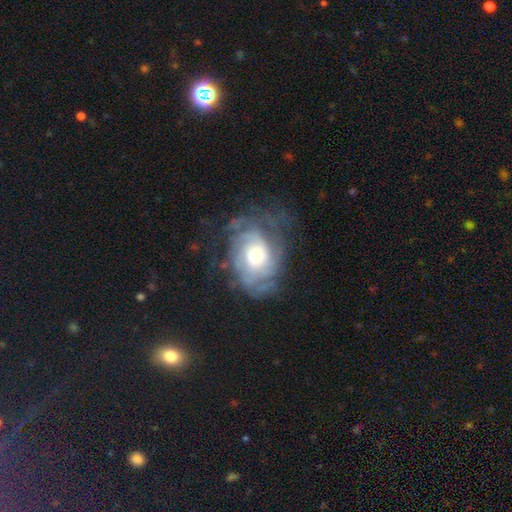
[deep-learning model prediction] Q: Smooth or featured?
A: featured or disk (75%); runner-up: smooth (17%)
Q: Edge-on disk?
A: no (96%); runner-up: yes (4%)
Q: Bar?
A: no (77%); runner-up: weak (20%)
Q: Spiral arms?
A: yes (85%); runner-up: no (15%)
Q: Spiral winding?
A: tight (59%); runner-up: medium (29%)
Q: Spiral arm count?
A: can't tell (54%); runner-up: 2 (16%)
Q: Bulge size?
A: moderate (60%); runner-up: small (20%)
Q: Merging?
A: none (58%); runner-up: minor disturbance (22%)